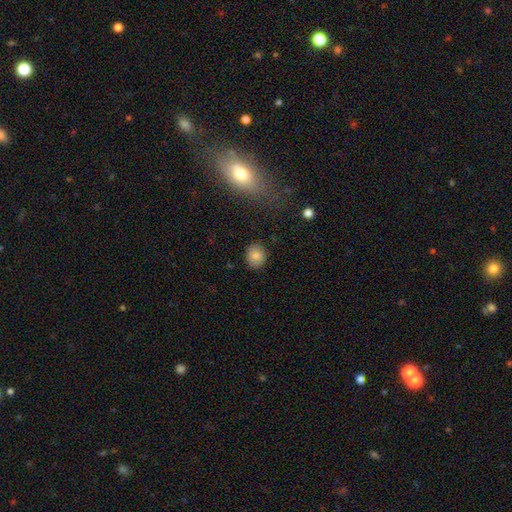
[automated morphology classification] smooth_or_featured: smooth (p=0.84) [alt: star or artifact p=0.09]
how_rounded: round (p=0.70) [alt: in between p=0.29]
merging: none (p=0.87) [alt: minor disturbance p=0.09]